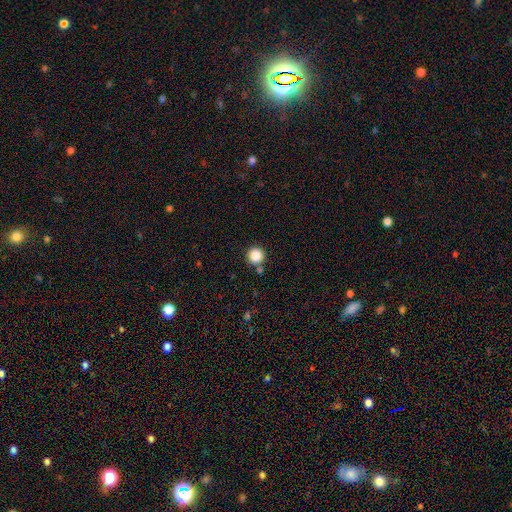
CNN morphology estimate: Smooth or featured?
  - smooth: 85% *
  - star or artifact: 11%
  - featured or disk: 4%
How rounded?
  - round: 96% *
  - in between: 3%
  - cigar-shaped: 1%
Merging?
  - none: 86% *
  - minor disturbance: 6%
  - merger: 6%
  - major disturbance: 2%